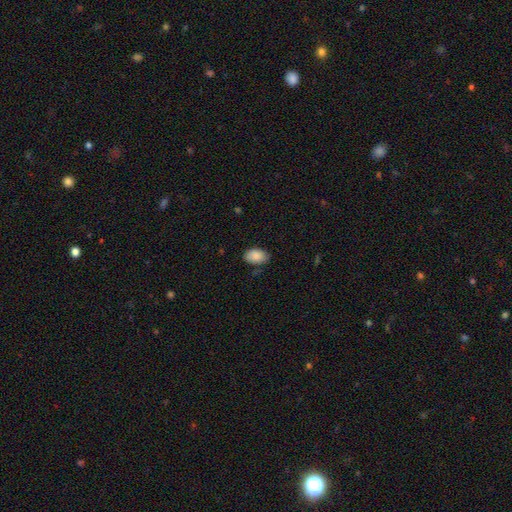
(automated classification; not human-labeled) Smooth or featured? smooth (87%)
How rounded? in between (90%)
Merging? none (77%)